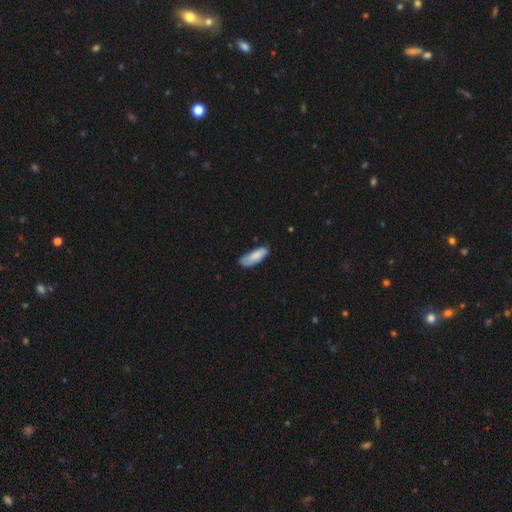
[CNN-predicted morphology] Q: Smooth or featured?
A: smooth (82%); runner-up: featured or disk (12%)
Q: How rounded?
A: in between (64%); runner-up: cigar-shaped (34%)
Q: Merging?
A: none (62%); runner-up: minor disturbance (29%)